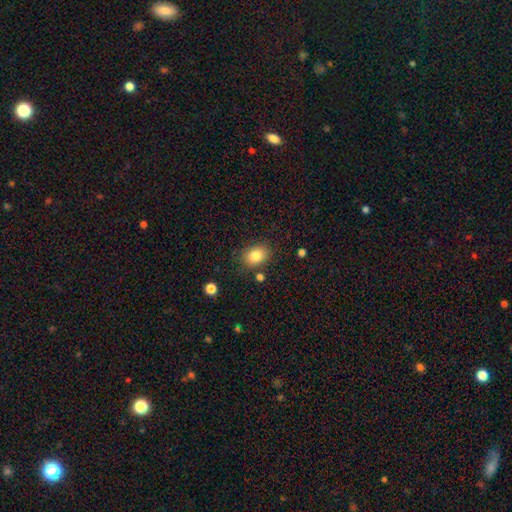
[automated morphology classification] This appears to be a smooth galaxy with no disk features (83%) that is in between round and cigar-shaped (67%). Merging: none (83%).